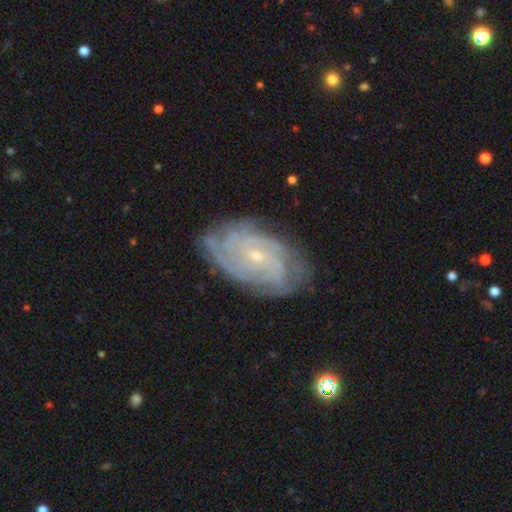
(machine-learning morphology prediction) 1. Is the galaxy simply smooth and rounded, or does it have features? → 84% featured or disk, 9% smooth, 6% star or artifact.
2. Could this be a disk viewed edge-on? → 96% no, 4% yes.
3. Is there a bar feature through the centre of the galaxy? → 71% no, 24% weak, 5% strong.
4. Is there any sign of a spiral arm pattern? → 96% yes, 4% no.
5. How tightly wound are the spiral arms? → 75% tight, 21% medium, 4% loose.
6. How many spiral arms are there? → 33% can't tell, 22% 4, 16% 3, 13% 2, 10% more than 4, 6% 1.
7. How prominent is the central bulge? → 79% small, 18% moderate, 2% none, 1% large, 1% dominant.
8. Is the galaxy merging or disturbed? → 77% none, 17% minor disturbance, 5% major disturbance, 1% merger.